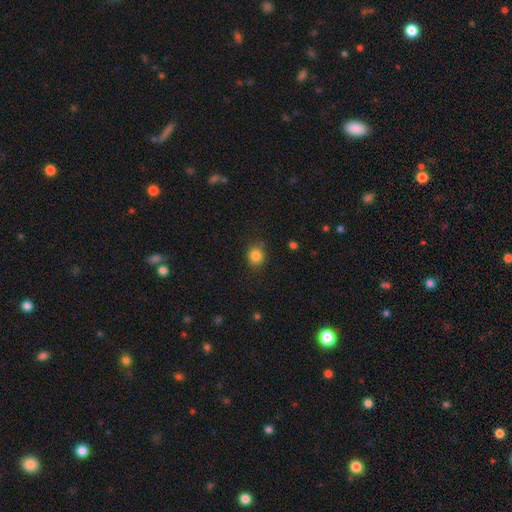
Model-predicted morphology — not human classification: type=smooth (84%); roundness=round (78%); merging=none (80%).